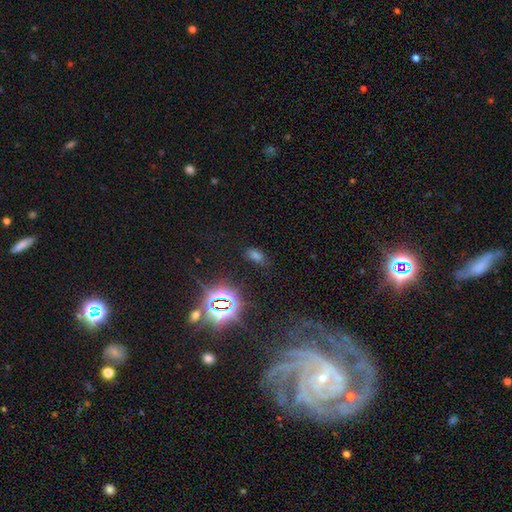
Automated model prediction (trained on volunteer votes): The model was most divided on "smooth or featured" (2-way tie): smooth: 45%, star or artifact: 45%, featured or disk: 10%. More confident: merging — none (78%).